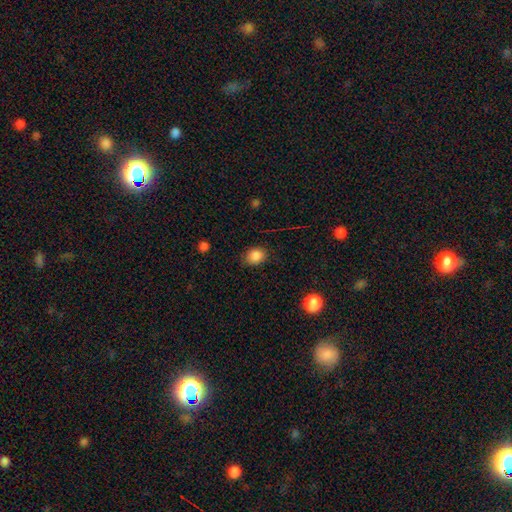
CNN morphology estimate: This is clearly a smooth galaxy (86%). How rounded: possibly round (52%). Merging: likely none (80%).